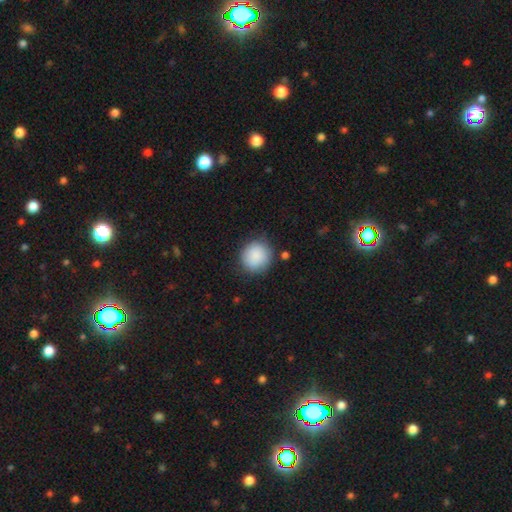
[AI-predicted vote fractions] A smooth galaxy with no disk features (88%) that is round (88%).

Vote fractions:
- Smooth or featured? smooth: 88% / star or artifact: 7% / featured or disk: 5%
- How rounded? round: 88% / in between: 11% / cigar-shaped: 1%
- Merging? none: 78% / minor disturbance: 15% / major disturbance: 4% / merger: 3%